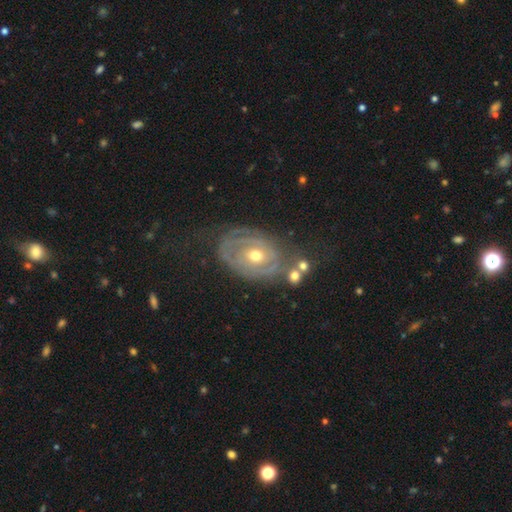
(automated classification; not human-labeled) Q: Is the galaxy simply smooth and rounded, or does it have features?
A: featured or disk — 78%.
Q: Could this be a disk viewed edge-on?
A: no — 95%.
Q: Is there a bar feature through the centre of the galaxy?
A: no — 74%.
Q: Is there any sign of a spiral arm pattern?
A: yes — 73%.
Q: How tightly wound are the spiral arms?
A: tight — 72%.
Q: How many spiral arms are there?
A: can't tell — 43%.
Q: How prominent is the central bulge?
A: moderate — 67%.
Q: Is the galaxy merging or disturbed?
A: none — 60%.